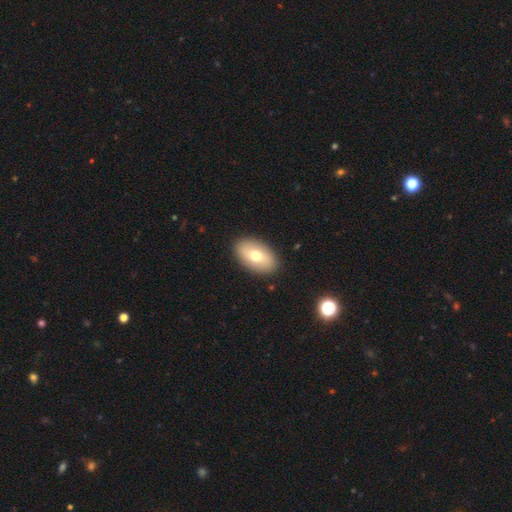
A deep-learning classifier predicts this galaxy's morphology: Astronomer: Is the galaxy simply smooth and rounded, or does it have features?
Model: smooth — 69%.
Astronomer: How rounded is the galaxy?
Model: in between — 92%.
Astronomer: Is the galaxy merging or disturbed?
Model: none — 89%.